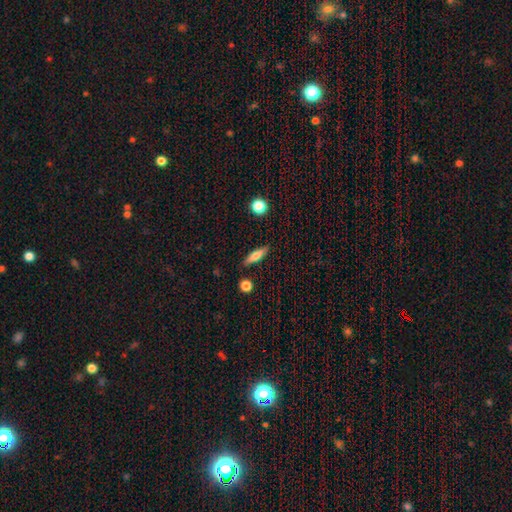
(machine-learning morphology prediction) Smooth or featured?
  - smooth: 65% *
  - featured or disk: 28%
  - star or artifact: 7%
How rounded?
  - cigar-shaped: 65% *
  - in between: 32%
  - round: 3%
Merging?
  - none: 86% *
  - minor disturbance: 10%
  - merger: 3%
  - major disturbance: 2%